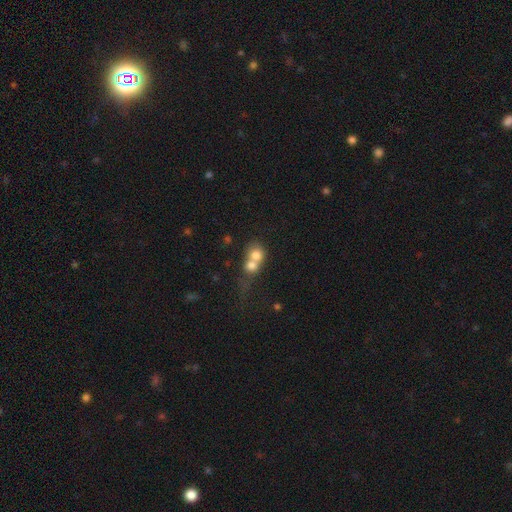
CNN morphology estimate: The model was most divided on "how rounded": round: 70%, in between: 28%, cigar-shaped: 1%. More confident: merging — merger (73%); smooth or featured — smooth (72%).